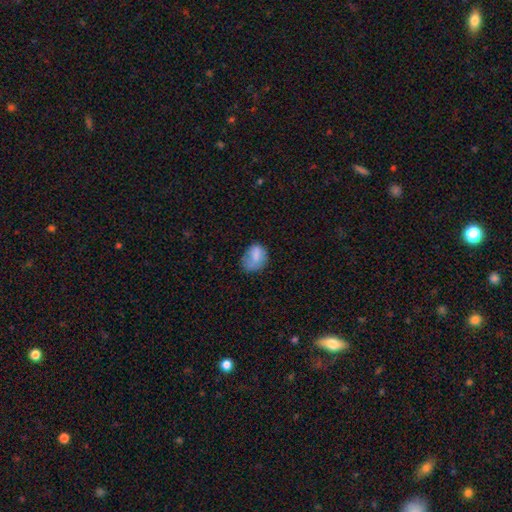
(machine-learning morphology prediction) smooth 74%, featured or disk 17%, star or artifact 9%. Down the decision tree: how rounded — in between (61%); merging — none (49%).